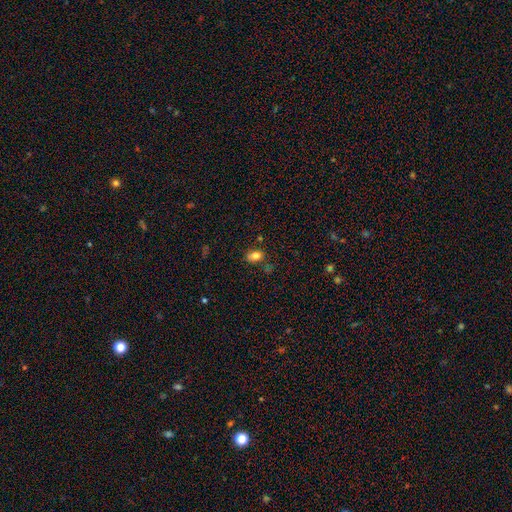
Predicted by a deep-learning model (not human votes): A smooth galaxy with no disk features (80%) that is in between round and cigar-shaped (73%). Merging: none (74%).